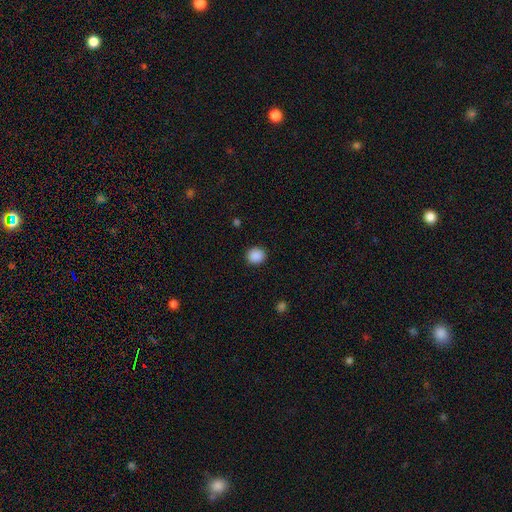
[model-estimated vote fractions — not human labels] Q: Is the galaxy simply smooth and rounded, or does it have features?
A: smooth — 89%.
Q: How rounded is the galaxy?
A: round — 86%.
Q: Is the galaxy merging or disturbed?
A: none — 91%.